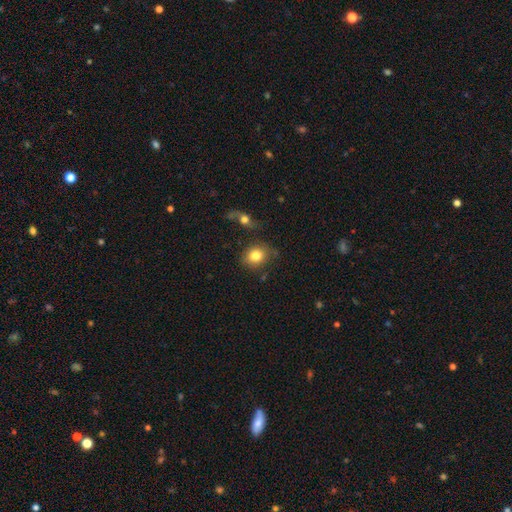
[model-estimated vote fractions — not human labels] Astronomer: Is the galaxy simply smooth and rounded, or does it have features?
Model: smooth — 81%.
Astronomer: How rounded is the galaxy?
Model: round — 65%.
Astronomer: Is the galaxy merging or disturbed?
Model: none — 73%.